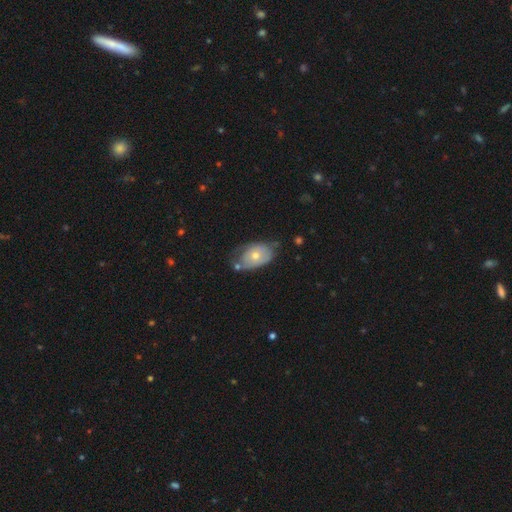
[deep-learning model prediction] Smooth or featured? Predicted: smooth (p=0.54). How rounded? Predicted: in between (p=0.86). Merging? Predicted: none (p=0.40).